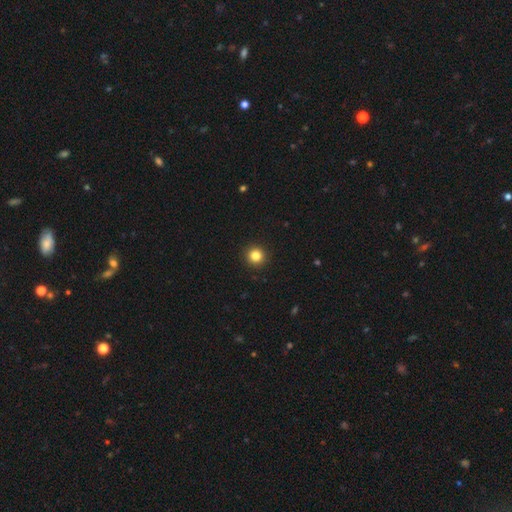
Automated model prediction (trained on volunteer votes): smooth 83%, star or artifact 12%, featured or disk 5%. Down the decision tree: how rounded — round (95%); merging — none (94%).